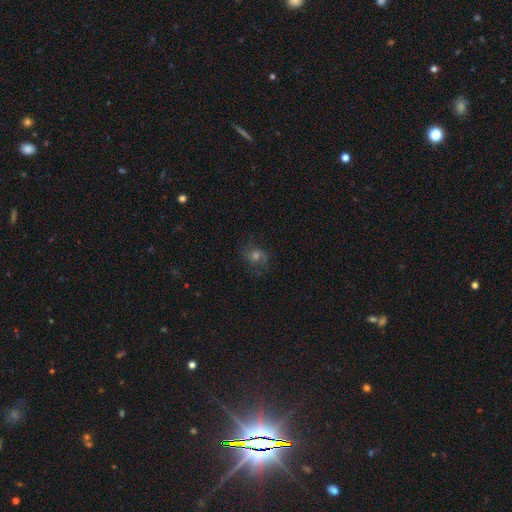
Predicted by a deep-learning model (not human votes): smooth_or_featured: featured or disk (p=0.49) [alt: smooth p=0.27]
merging: none (p=0.73) [alt: minor disturbance p=0.16]